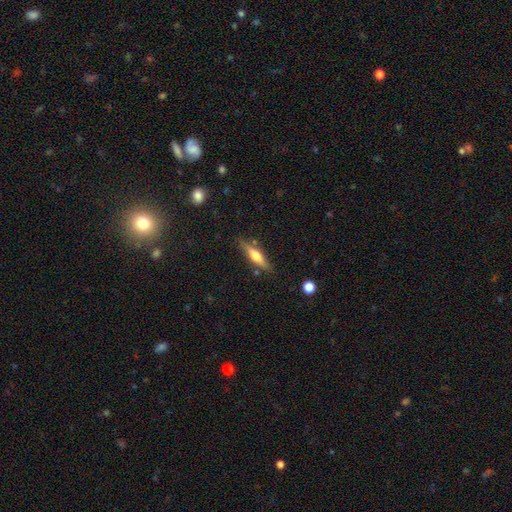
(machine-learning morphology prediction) Smooth or featured? featured or disk (50%)
Merging? none (81%)